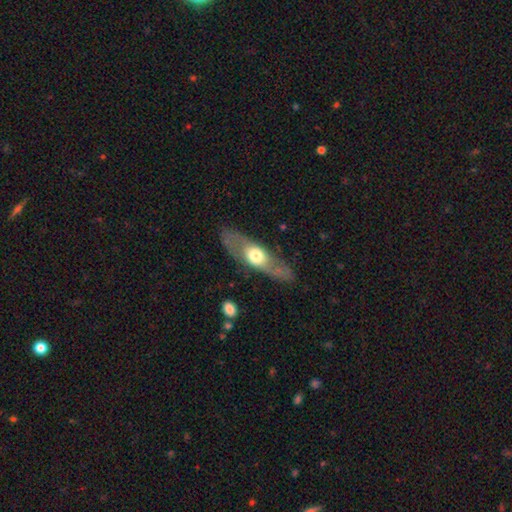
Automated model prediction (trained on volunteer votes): Overall: featured or disk (57%; smooth 38%). Edge-on disk: yes (50%, tied with no). Merging: none (80%).